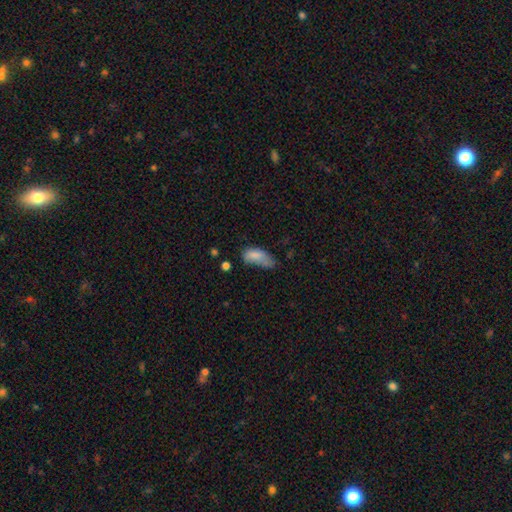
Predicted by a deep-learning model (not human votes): Smooth or featured? Predicted: smooth (p=0.78). How rounded? Predicted: in between (p=0.88). Merging? Predicted: minor disturbance (p=0.38).